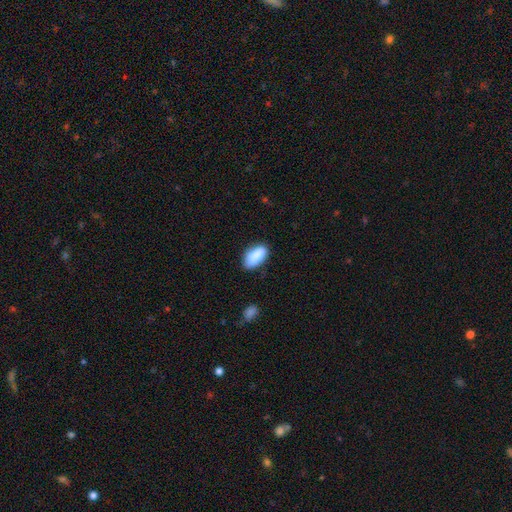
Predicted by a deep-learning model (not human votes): Smooth or featured: smooth — 87% (star or artifact — 7%)
How rounded: in between — 91% (cigar-shaped — 6%)
Merging: none — 77% (minor disturbance — 18%)